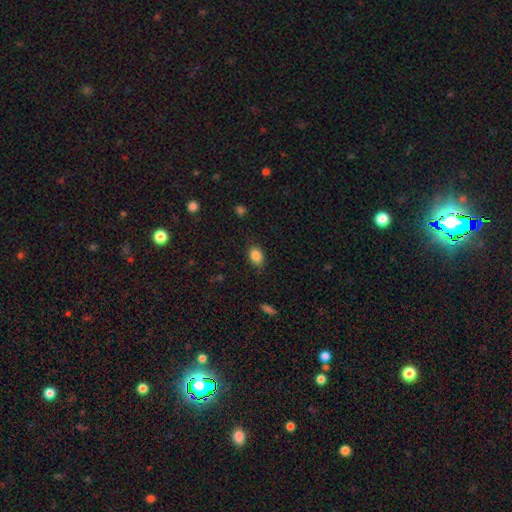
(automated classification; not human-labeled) Morphology: type=smooth (85%); roundness=in between (72%); merging=none (81%).